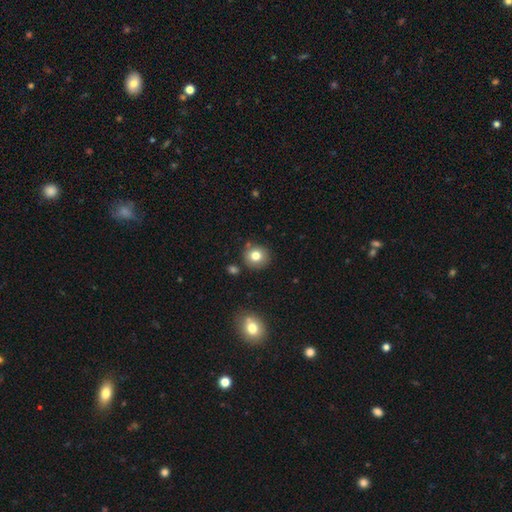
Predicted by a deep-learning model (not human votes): The model was most divided on "smooth or featured": smooth: 78%, star or artifact: 11%, featured or disk: 11%. More confident: how rounded — round (90%); merging — none (83%).